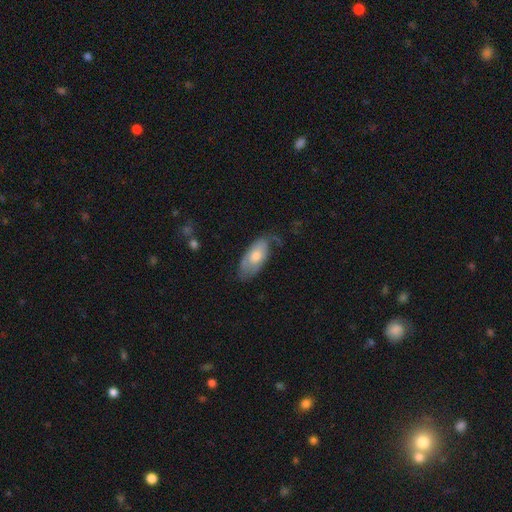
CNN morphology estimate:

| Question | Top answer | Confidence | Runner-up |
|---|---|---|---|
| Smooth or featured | smooth | 58% | featured or disk (36%) |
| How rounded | in between | 88% | cigar-shaped (9%) |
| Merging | none | 51% | minor disturbance (32%) |